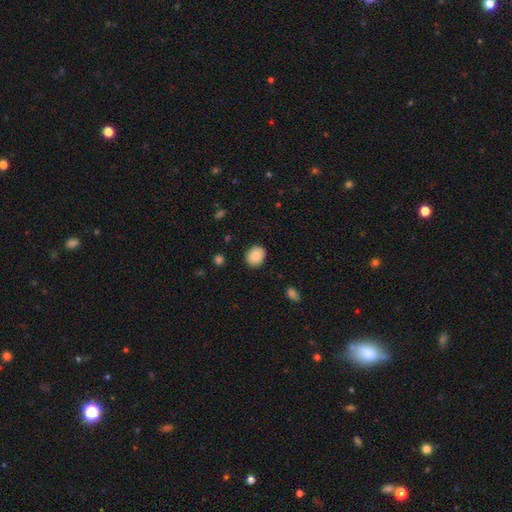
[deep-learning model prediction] A smooth galaxy with no disk features (88%) that is round (55%).

Vote fractions:
- Smooth or featured? smooth: 88% / star or artifact: 8% / featured or disk: 4%
- How rounded? round: 55% / in between: 44% / cigar-shaped: 1%
- Merging? none: 89% / minor disturbance: 8% / major disturbance: 2% / merger: 1%